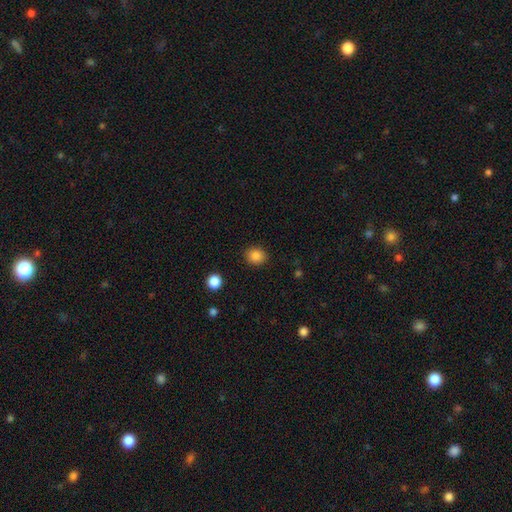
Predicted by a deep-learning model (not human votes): Q: Smooth or featured?
A: smooth (86%); runner-up: star or artifact (10%)
Q: How rounded?
A: round (75%); runner-up: in between (24%)
Q: Merging?
A: none (90%); runner-up: minor disturbance (7%)